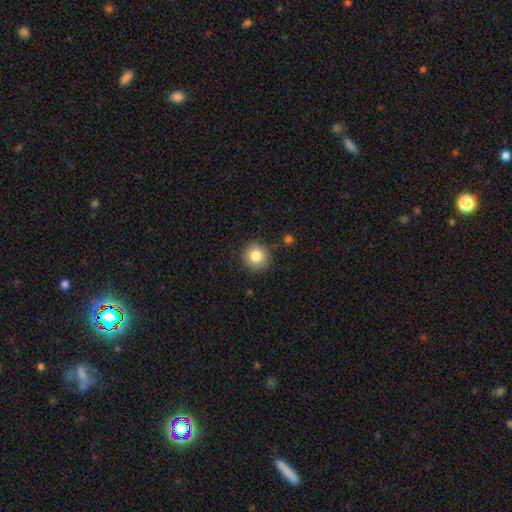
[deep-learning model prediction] A smooth galaxy with no disk features (83%) that is round (94%). Merging: none (88%).